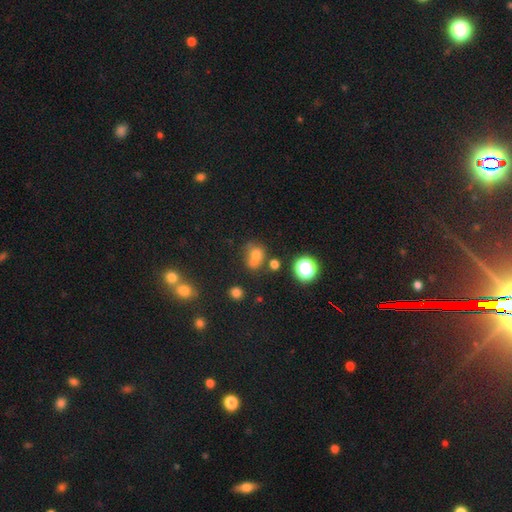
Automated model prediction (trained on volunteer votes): Q: Smooth or featured?
A: smooth (65%); runner-up: star or artifact (21%)
Q: How rounded?
A: round (55%); runner-up: in between (44%)
Q: Merging?
A: none (38%); runner-up: merger (35%)